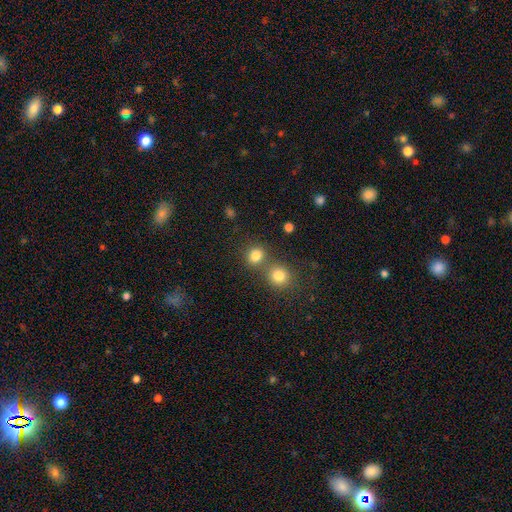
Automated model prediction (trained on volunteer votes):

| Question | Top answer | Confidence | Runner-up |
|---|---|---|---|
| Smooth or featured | smooth | 81% | star or artifact (13%) |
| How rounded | round | 79% | in between (20%) |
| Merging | none | 61% | merger (29%) |